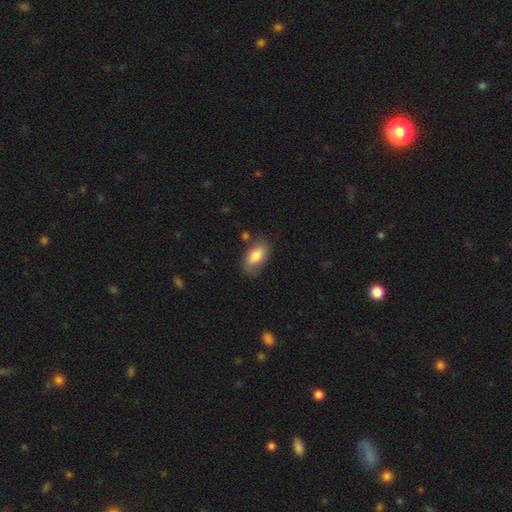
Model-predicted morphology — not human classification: smooth_or_featured: smooth (p=0.81) [alt: featured or disk p=0.12]
how_rounded: in between (p=0.92) [alt: round p=0.04]
merging: none (p=0.69) [alt: minor disturbance p=0.21]